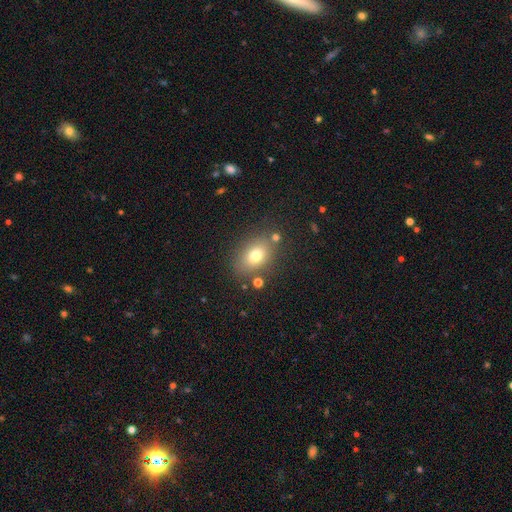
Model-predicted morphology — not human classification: The model was most divided on "how rounded": in between: 75%, round: 23%, cigar-shaped: 2%. More confident: merging — none (77%); smooth or featured — smooth (75%).